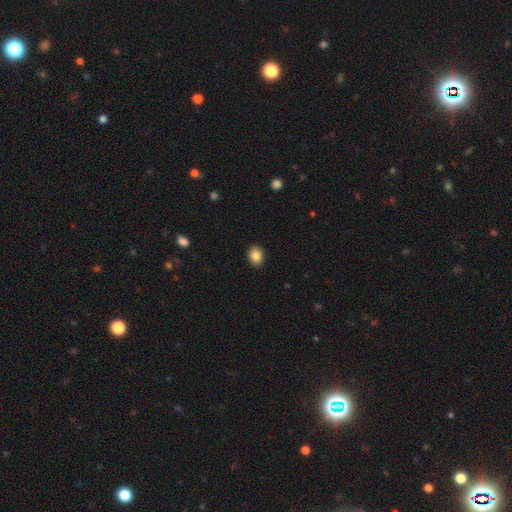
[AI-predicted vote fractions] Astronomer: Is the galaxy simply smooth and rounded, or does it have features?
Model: smooth — 86%.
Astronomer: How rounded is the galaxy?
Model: in between — 56% (runner-up: round, 44%).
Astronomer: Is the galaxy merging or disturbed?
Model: none — 91%.